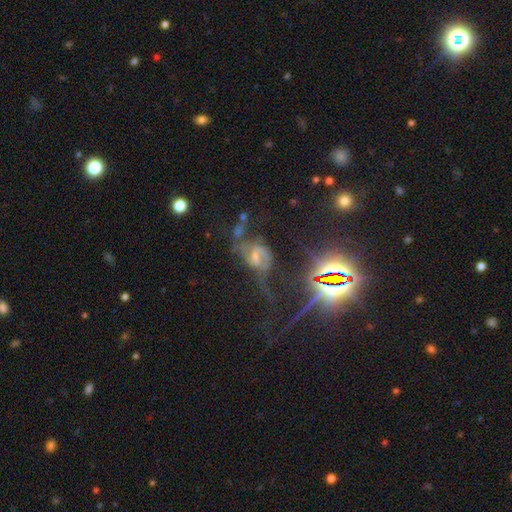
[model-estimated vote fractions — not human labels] A featured or disk galaxy (48%). Merging: major disturbance (36%).